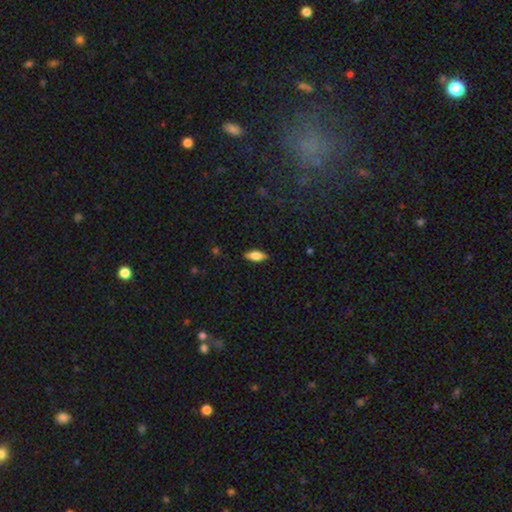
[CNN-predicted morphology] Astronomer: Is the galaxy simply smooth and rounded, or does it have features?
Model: smooth — 74%.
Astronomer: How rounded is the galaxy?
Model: in between — 75%.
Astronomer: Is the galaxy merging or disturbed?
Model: none — 88%.